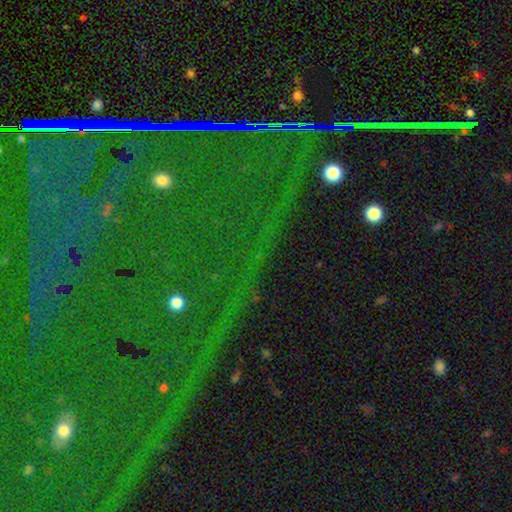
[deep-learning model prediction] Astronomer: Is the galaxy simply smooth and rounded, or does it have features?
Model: star or artifact — 83%.